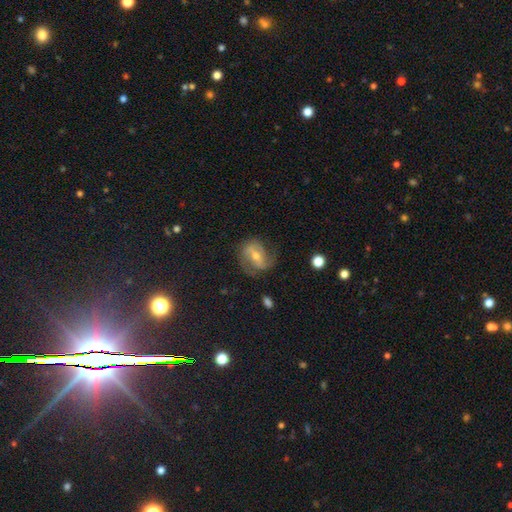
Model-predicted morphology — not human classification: smooth_or_featured: featured or disk (p=0.71) [alt: smooth p=0.17]
disk_edge_on: no (p=0.96) [alt: yes p=0.04]
bar: weak (p=0.42) [alt: strong p=0.29]
has_spiral_arms: yes (p=0.88) [alt: no p=0.12]
spiral_winding: medium (p=0.45) [alt: tight p=0.33]
spiral_arm_count: 2 (p=0.65) [alt: can't tell p=0.17]
bulge_size: moderate (p=0.53) [alt: small p=0.42]
merging: none (p=0.67) [alt: minor disturbance p=0.20]